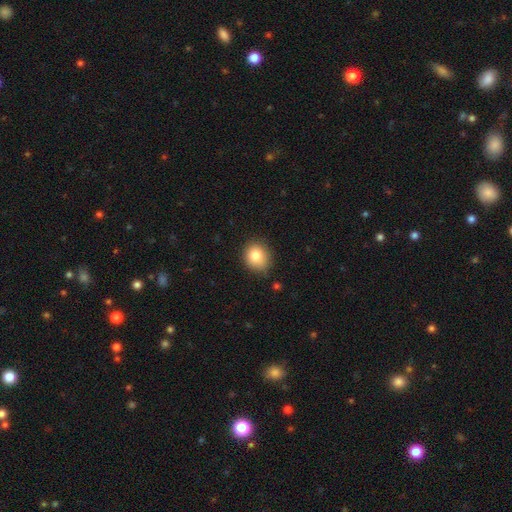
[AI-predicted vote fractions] Smooth or featured: smooth — 82% (star or artifact — 10%)
How rounded: round — 71% (in between — 28%)
Merging: none — 81% (minor disturbance — 14%)